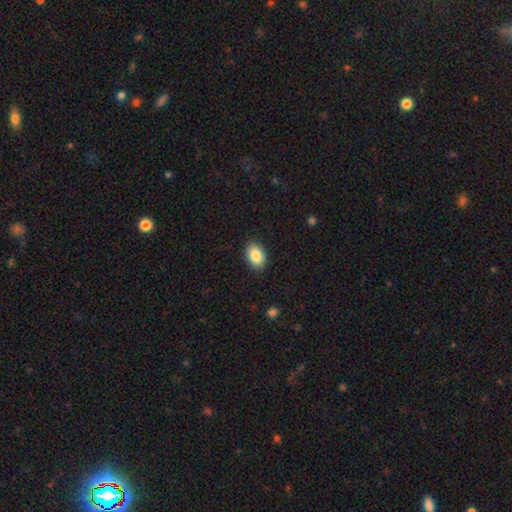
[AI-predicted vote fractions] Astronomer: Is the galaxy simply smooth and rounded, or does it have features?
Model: smooth — 87%.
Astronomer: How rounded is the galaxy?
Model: in between — 86%.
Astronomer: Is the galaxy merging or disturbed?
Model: none — 87%.